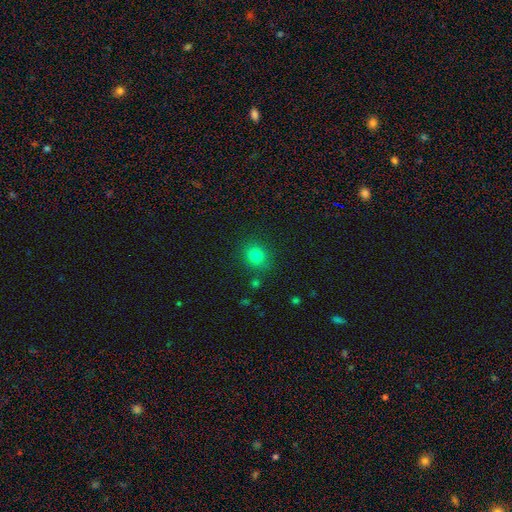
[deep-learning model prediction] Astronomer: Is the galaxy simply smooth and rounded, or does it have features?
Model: smooth — 79%.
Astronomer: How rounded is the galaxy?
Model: round — 77%.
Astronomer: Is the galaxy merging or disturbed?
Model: none — 84%.